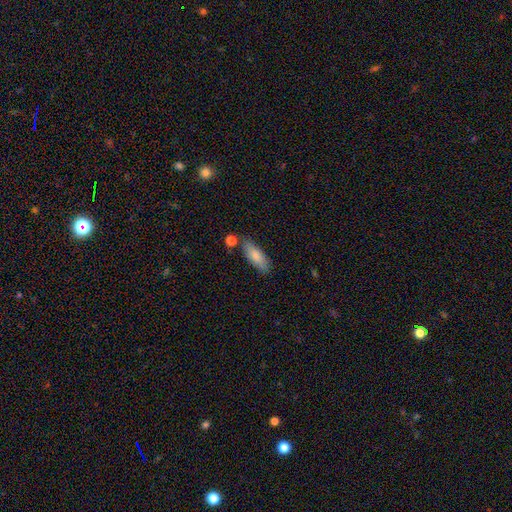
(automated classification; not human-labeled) This appears to be a smooth galaxy with no disk features (82%) that is in between round and cigar-shaped (68%). Merging: none (71%).